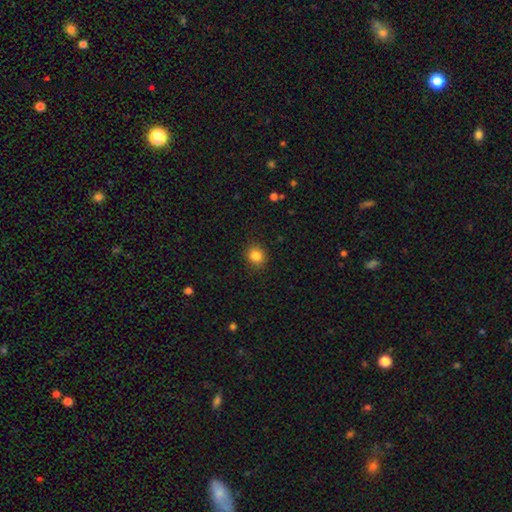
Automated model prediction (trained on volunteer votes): Smooth or featured? smooth (85%)
How rounded? round (81%)
Merging? none (88%)